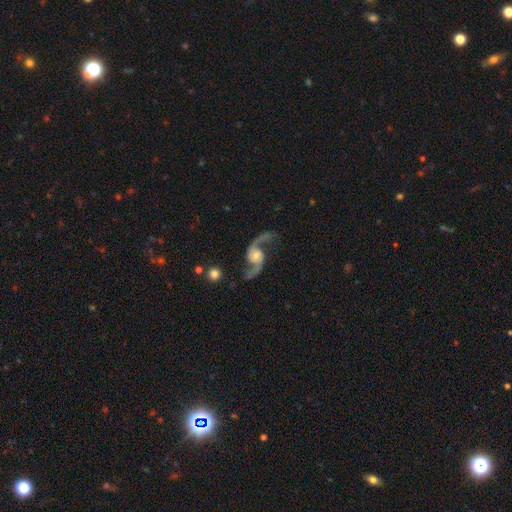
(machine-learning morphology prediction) Smooth or featured? Predicted: featured or disk (p=0.92). Edge-on disk? Predicted: no (p=0.97). Bar? Predicted: no (p=0.64). Spiral arms? Predicted: yes (p=0.98). Spiral winding? Predicted: loose (p=0.79). Spiral arm count? Predicted: 2 (p=0.94). Bulge size? Predicted: moderate (p=0.51). Merging? Predicted: none (p=0.75).